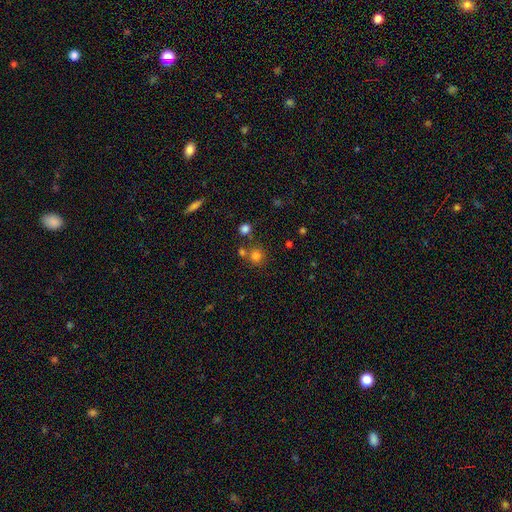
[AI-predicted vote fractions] This is likely a smooth galaxy (78%). How rounded: clearly round (90%). Merging: likely none (70%).